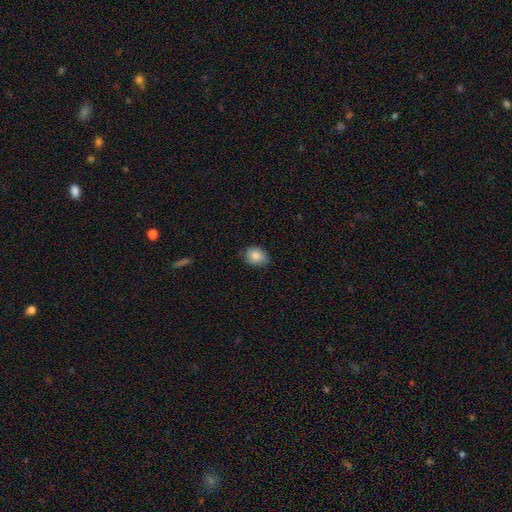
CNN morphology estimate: This appears to be a smooth galaxy with no disk features (86%) that is in between round and cigar-shaped (68%). Merging: none (74%).